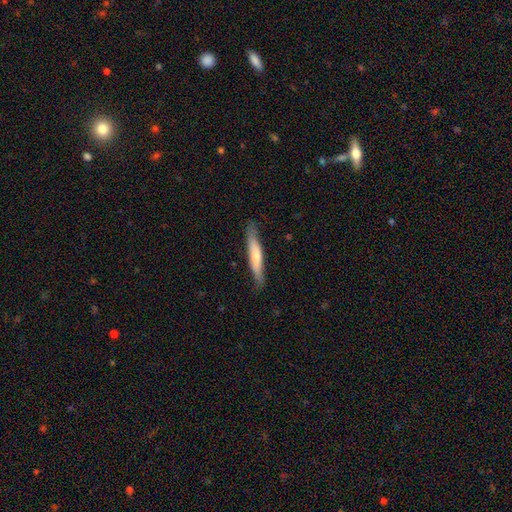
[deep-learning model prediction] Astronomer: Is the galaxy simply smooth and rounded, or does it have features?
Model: smooth — 64%.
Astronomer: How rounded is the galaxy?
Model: cigar-shaped — 91%.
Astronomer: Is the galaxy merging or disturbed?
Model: none — 82%.